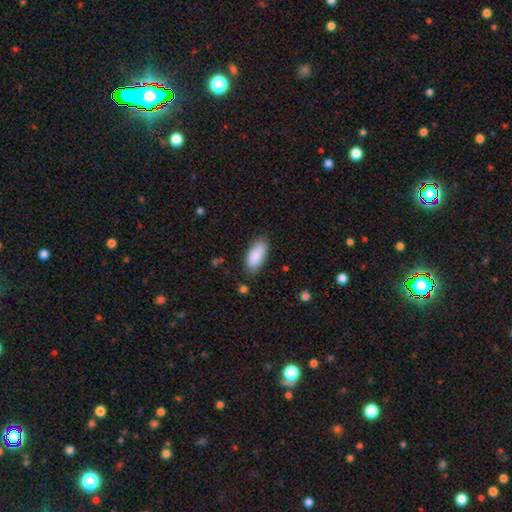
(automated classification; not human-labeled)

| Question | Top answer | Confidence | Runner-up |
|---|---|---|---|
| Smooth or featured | smooth | 88% | featured or disk (6%) |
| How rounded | in between | 89% | cigar-shaped (9%) |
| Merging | none | 78% | minor disturbance (17%) |